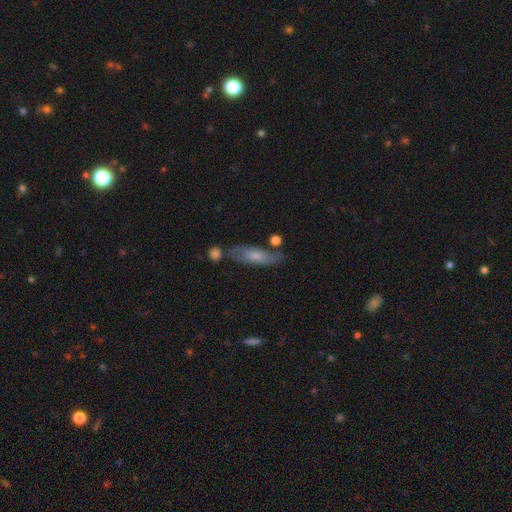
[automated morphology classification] Smooth or featured? Predicted: smooth (p=0.57). How rounded? Predicted: in between (p=0.51). Merging? Predicted: none (p=0.62).